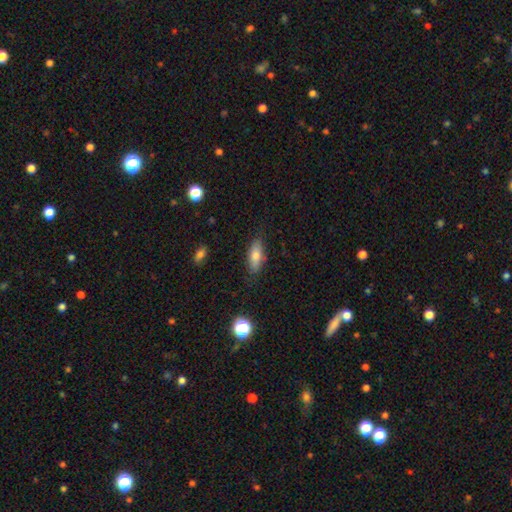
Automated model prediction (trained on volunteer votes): This is likely a smooth galaxy (74%). How rounded: likely in between (75%). Merging: clearly none (81%).